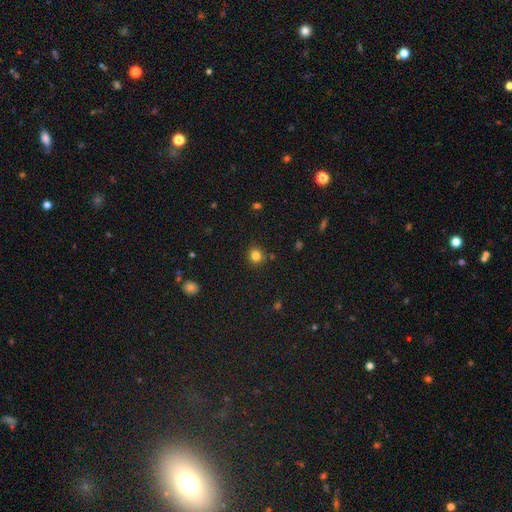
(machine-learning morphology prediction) Overall: smooth (82%). How rounded: round (88%). Merging: none (86%).